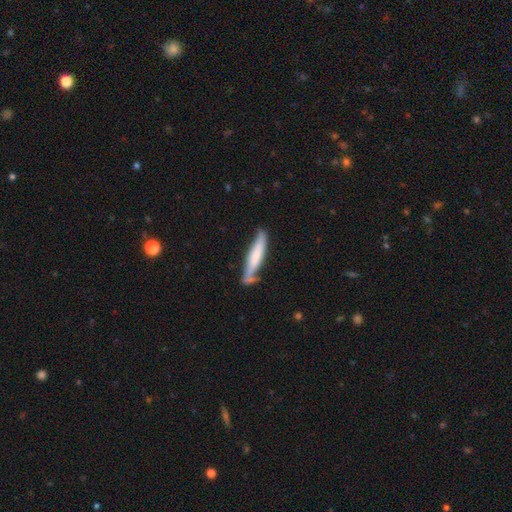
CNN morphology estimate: smooth_or_featured: smooth (p=0.60) [alt: featured or disk p=0.34]
how_rounded: cigar-shaped (p=0.88) [alt: in between p=0.11]
merging: none (p=0.60) [alt: minor disturbance p=0.24]